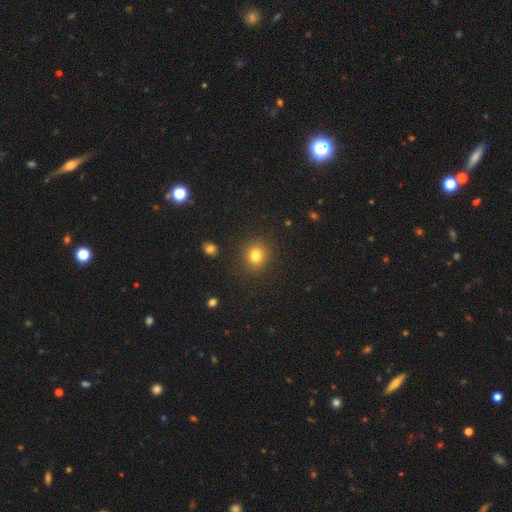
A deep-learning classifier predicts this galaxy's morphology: This appears to be a smooth galaxy with no disk features (80%) that is round (83%). Merging: none (89%).